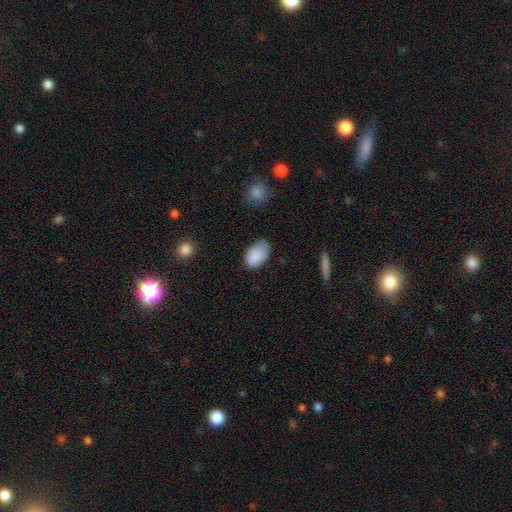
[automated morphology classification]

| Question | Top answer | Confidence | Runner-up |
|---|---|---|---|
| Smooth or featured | smooth | 88% | star or artifact (7%) |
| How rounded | in between | 91% | round (8%) |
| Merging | none | 63% | minor disturbance (29%) |